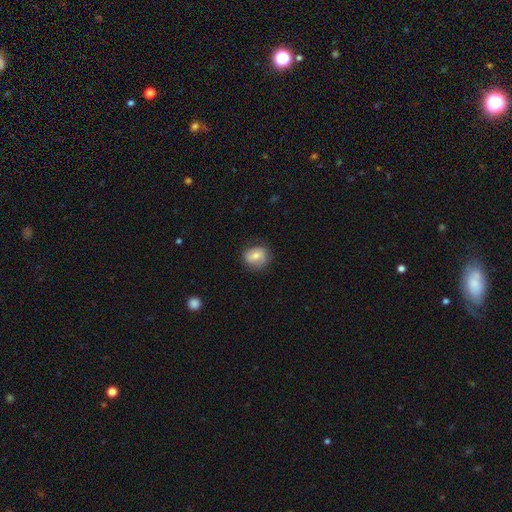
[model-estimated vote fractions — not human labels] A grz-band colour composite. It shows a smooth galaxy with no disk features (62%) that is round (67%). Merging: none (77%).